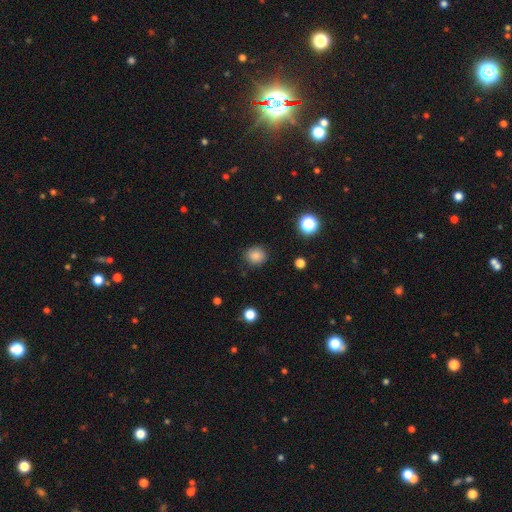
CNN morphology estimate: A smooth galaxy with no disk features (84%) that is round (87%).

Vote fractions:
- Smooth or featured? smooth: 84% / star or artifact: 12% / featured or disk: 4%
- How rounded? round: 87% / in between: 12% / cigar-shaped: 1%
- Merging? none: 87% / minor disturbance: 9% / major disturbance: 3% / merger: 1%